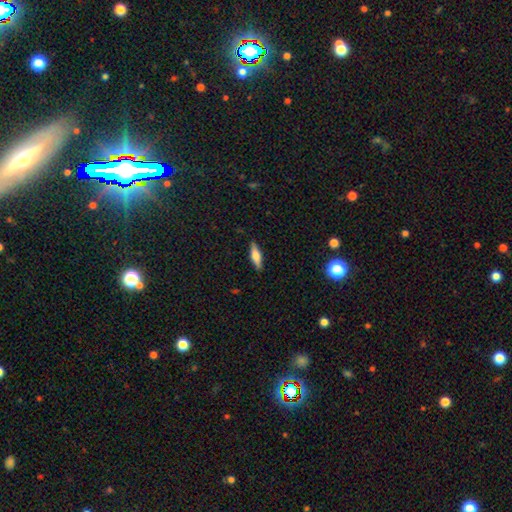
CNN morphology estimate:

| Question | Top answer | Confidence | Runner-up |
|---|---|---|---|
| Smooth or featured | smooth | 59% | featured or disk (34%) |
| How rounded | cigar-shaped | 54% | in between (44%) |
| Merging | none | 87% | minor disturbance (10%) |